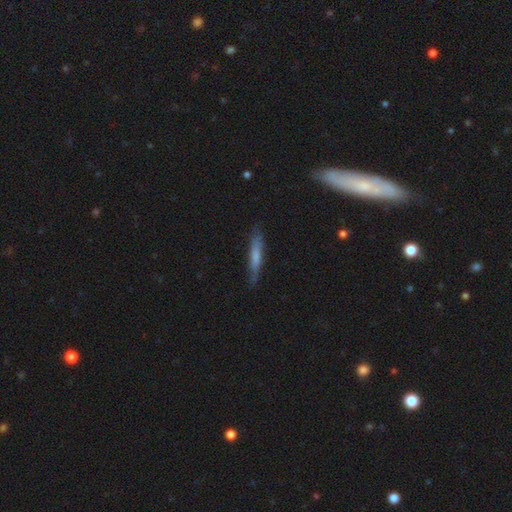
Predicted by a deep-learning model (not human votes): The model was most divided on "smooth or featured": smooth: 60%, featured or disk: 33%, star or artifact: 6%. More confident: how rounded — cigar-shaped (88%); merging — none (76%).